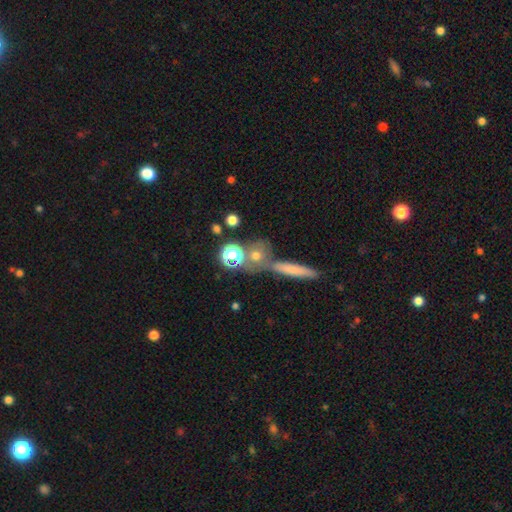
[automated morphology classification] Smooth or featured?
  - smooth: 64% *
  - star or artifact: 20%
  - featured or disk: 16%
How rounded?
  - round: 69% *
  - in between: 19%
  - cigar-shaped: 12%
Merging?
  - none: 58% *
  - merger: 28%
  - minor disturbance: 10%
  - major disturbance: 5%